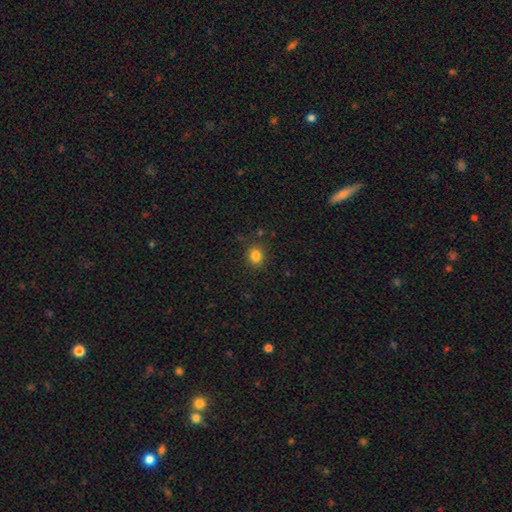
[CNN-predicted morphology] Smooth or featured? Predicted: smooth (p=0.83). How rounded? Predicted: round (p=0.74). Merging? Predicted: none (p=0.86).